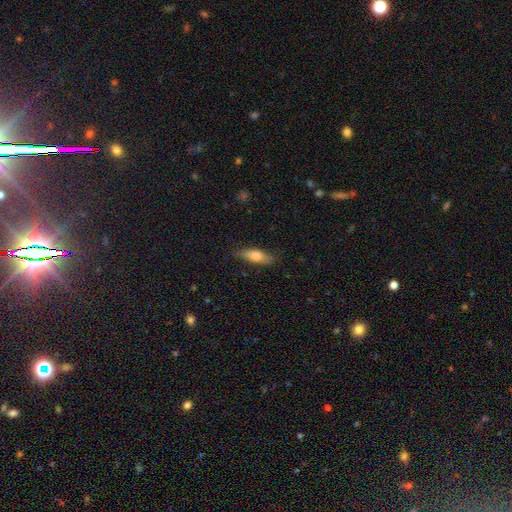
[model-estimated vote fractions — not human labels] Smooth or featured: smooth — 69% (featured or disk — 25%)
How rounded: in between — 54% (cigar-shaped — 43%)
Merging: none — 80% (minor disturbance — 16%)